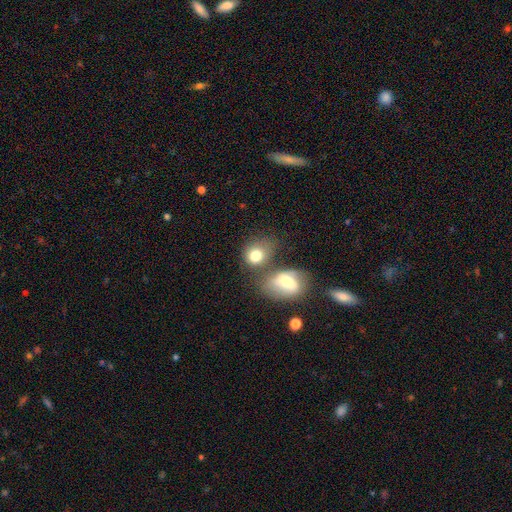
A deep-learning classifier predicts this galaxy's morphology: smooth-or-featured: smooth: 76% | featured or disk: 15% | star or artifact: 9%
  how-rounded: round: 51% | in between: 48% | cigar-shaped: 1%
  merging: none: 41% | merger: 36% | minor disturbance: 15% | major disturbance: 8%